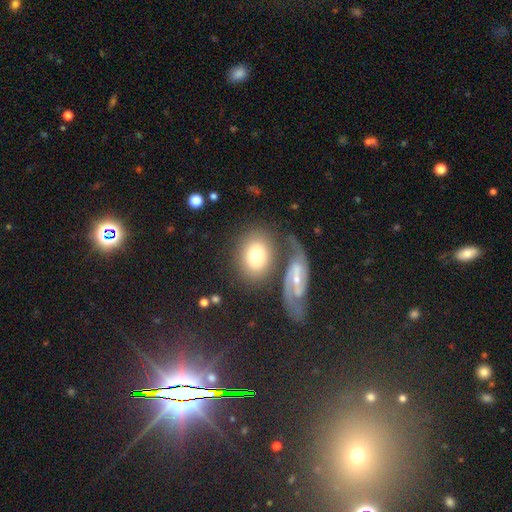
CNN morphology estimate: Smooth or featured? Predicted: smooth (p=0.62). How rounded? Predicted: in between (p=0.53). Merging? Predicted: none (p=0.53).